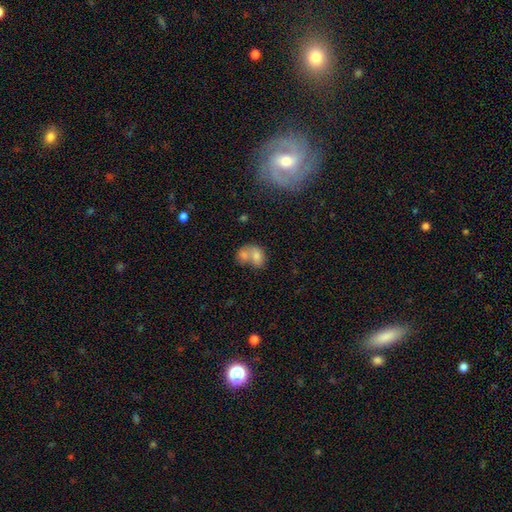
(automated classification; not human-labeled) smooth 73%, featured or disk 18%, star or artifact 9%. Down the decision tree: how rounded — in between (67%); merging — merger (73%).